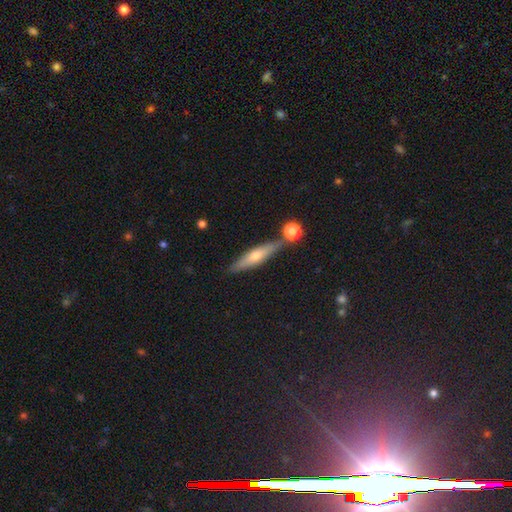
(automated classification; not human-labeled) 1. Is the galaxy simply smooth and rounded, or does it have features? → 49% featured or disk, 42% smooth, 9% star or artifact.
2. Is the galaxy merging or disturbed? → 77% none, 12% minor disturbance, 9% merger, 3% major disturbance.